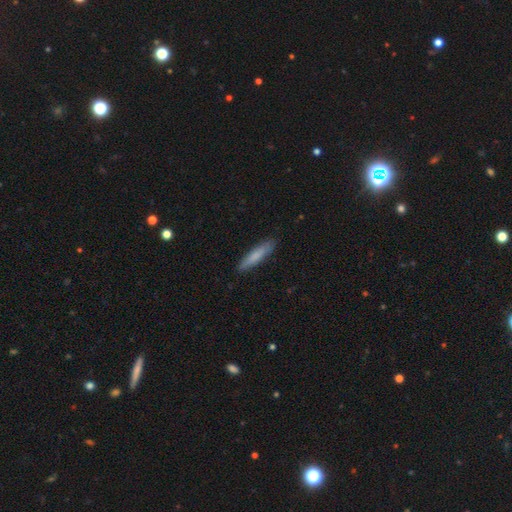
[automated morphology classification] The model was most divided on "smooth or featured": smooth: 77%, featured or disk: 17%, star or artifact: 6%. More confident: merging — none (88%); how rounded — cigar-shaped (87%).